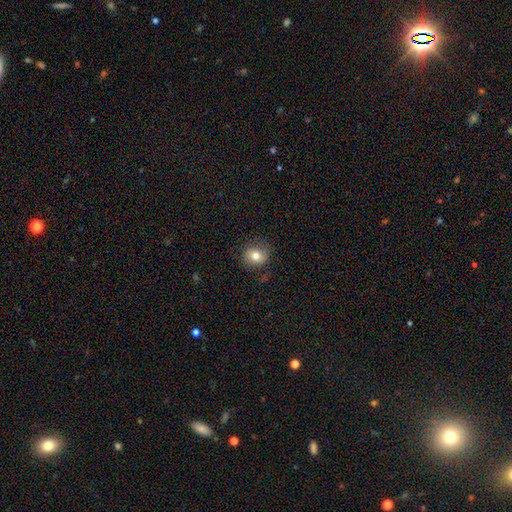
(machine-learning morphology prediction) Smooth or featured?
  - smooth: 76% *
  - featured or disk: 14%
  - star or artifact: 10%
How rounded?
  - round: 74% *
  - in between: 25%
  - cigar-shaped: 1%
Merging?
  - none: 82% *
  - minor disturbance: 13%
  - major disturbance: 4%
  - merger: 1%